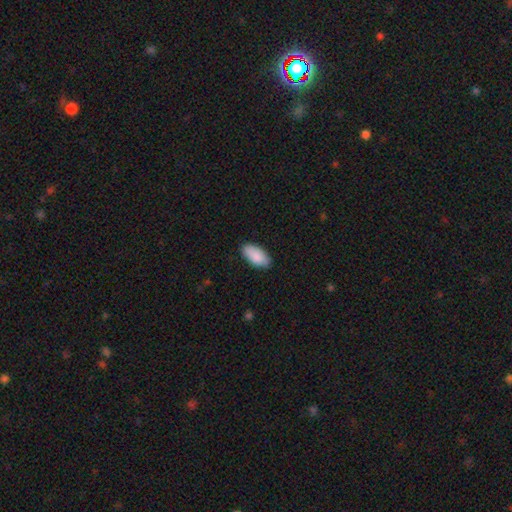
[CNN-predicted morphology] Smooth or featured?
  - smooth: 89% *
  - star or artifact: 6%
  - featured or disk: 6%
How rounded?
  - in between: 93% *
  - cigar-shaped: 5%
  - round: 2%
Merging?
  - none: 85% *
  - minor disturbance: 12%
  - major disturbance: 2%
  - merger: 1%